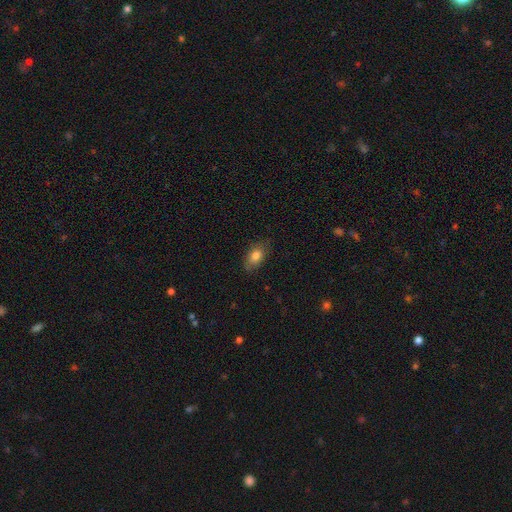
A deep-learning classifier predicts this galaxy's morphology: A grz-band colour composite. It shows a smooth galaxy with no disk features (81%) that is in between round and cigar-shaped (86%). Merging: none (77%).